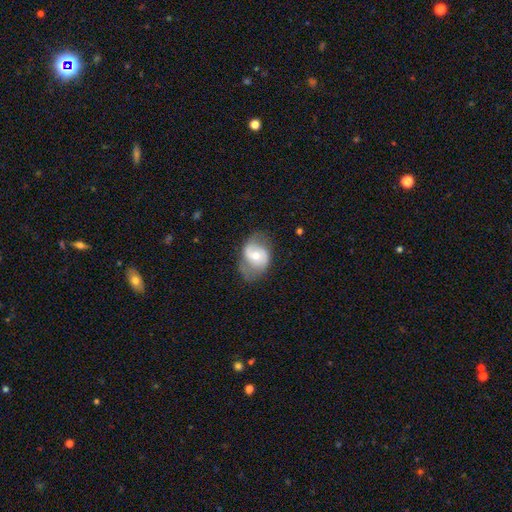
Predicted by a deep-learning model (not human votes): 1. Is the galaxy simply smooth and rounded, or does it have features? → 58% featured or disk, 35% smooth, 7% star or artifact.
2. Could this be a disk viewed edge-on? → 96% no, 4% yes.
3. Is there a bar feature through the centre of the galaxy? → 58% no, 31% weak, 11% strong.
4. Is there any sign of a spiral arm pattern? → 72% yes, 28% no.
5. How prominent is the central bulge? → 59% moderate, 35% small, 4% large, 1% none, 1% dominant.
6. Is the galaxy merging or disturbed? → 52% none, 29% minor disturbance, 17% major disturbance, 2% merger.